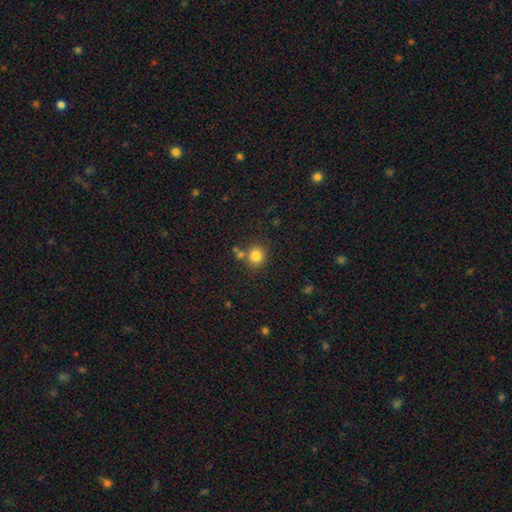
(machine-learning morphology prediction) type=smooth (81%); roundness=round (88%); merging=none (73%).